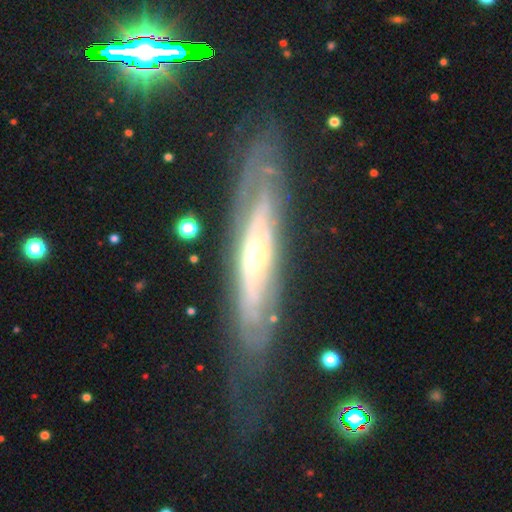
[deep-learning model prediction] Smooth or featured?
  - featured or disk: 80% *
  - smooth: 13%
  - star or artifact: 7%
Edge-on disk?
  - no: 56% *
  - yes: 44%
Merging?
  - none: 69% *
  - minor disturbance: 19%
  - major disturbance: 10%
  - merger: 2%